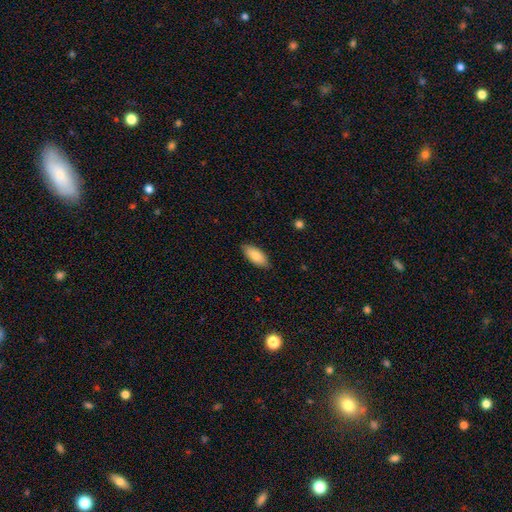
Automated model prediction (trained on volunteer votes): Smooth or featured? smooth (82%)
How rounded? in between (87%)
Merging? none (86%)